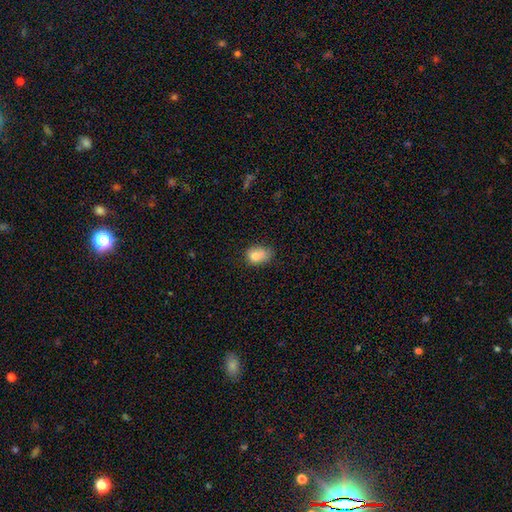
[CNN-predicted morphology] Smooth or featured: smooth — 76% (featured or disk — 14%)
How rounded: in between — 64% (round — 35%)
Merging: none — 39% (minor disturbance — 32%)